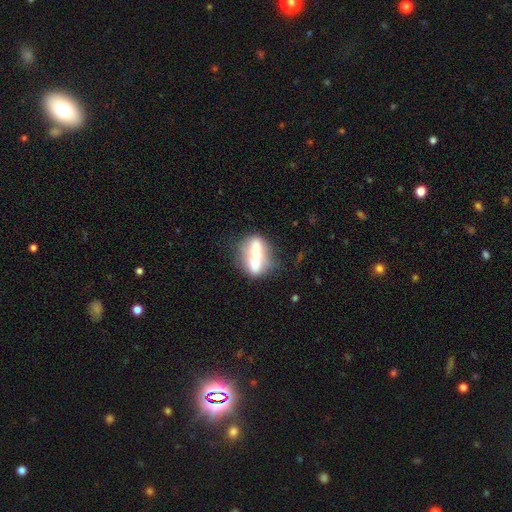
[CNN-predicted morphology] smooth-or-featured: featured or disk: 54% | smooth: 38% | star or artifact: 8%
  disk-edge-on: yes: 51% | no: 49%
  merging: none: 70% | minor disturbance: 16% | major disturbance: 9% | merger: 5%